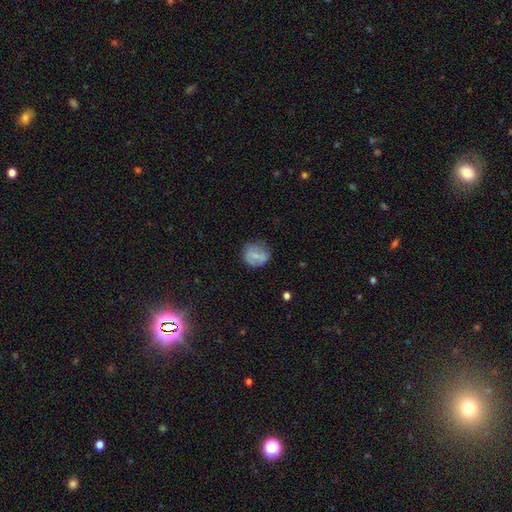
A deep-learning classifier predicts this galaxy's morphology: This appears to be a smooth galaxy with no disk features (69%) that is round (77%). Merging: none (65%).